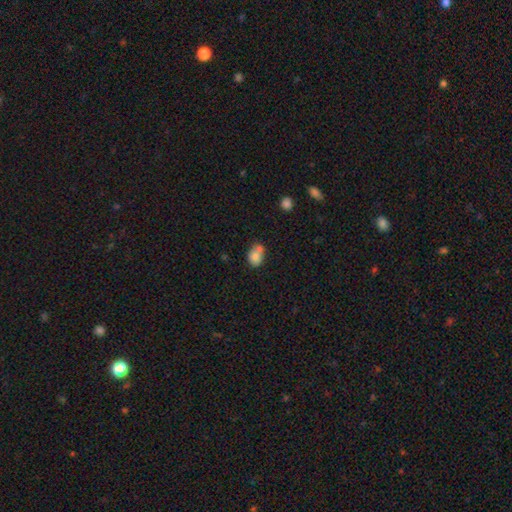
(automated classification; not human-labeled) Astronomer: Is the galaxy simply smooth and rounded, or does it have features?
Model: smooth — 75%.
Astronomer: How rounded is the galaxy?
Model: in between — 59% (runner-up: round, 40%).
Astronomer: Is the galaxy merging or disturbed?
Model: merger — 42% (runner-up: none, 35%).